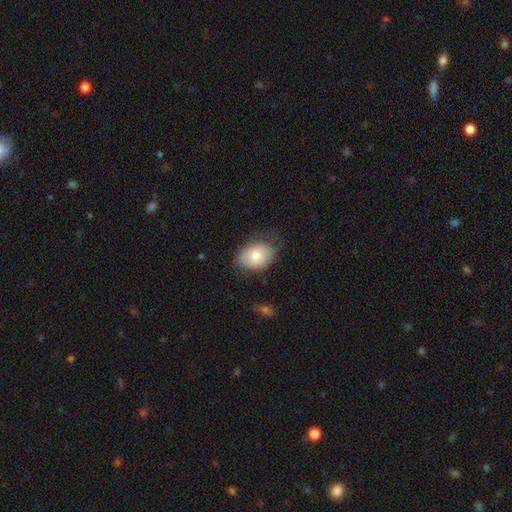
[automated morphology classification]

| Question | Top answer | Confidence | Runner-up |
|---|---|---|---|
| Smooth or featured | smooth | 77% | featured or disk (16%) |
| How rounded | in between | 73% | round (26%) |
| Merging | none | 57% | minor disturbance (30%) |